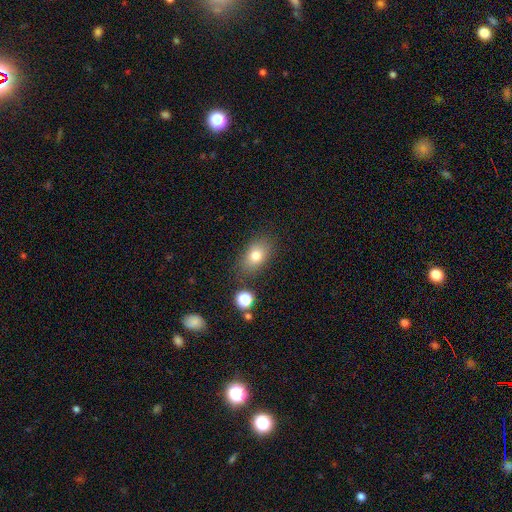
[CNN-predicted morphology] Q: Smooth or featured?
A: smooth (78%); runner-up: featured or disk (11%)
Q: How rounded?
A: in between (82%); runner-up: round (16%)
Q: Merging?
A: none (79%); runner-up: minor disturbance (13%)